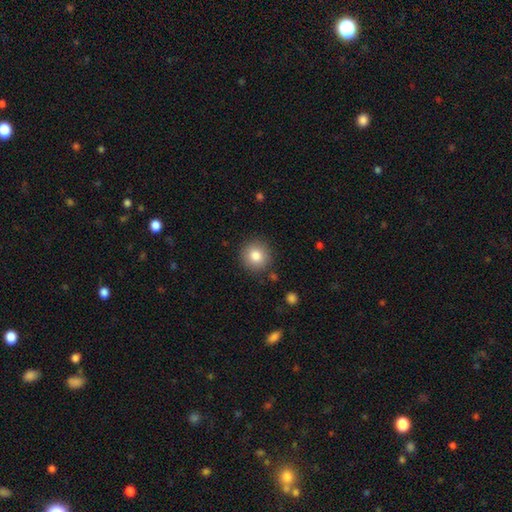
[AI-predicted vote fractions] smooth_or_featured: smooth (p=0.82) [alt: star or artifact p=0.09]
how_rounded: round (p=0.93) [alt: in between p=0.06]
merging: none (p=0.88) [alt: minor disturbance p=0.08]